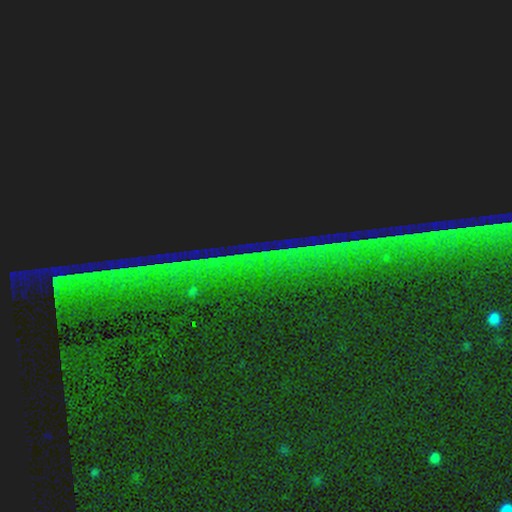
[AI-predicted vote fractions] This appears to be a star or artifact, not a galaxy (87%).